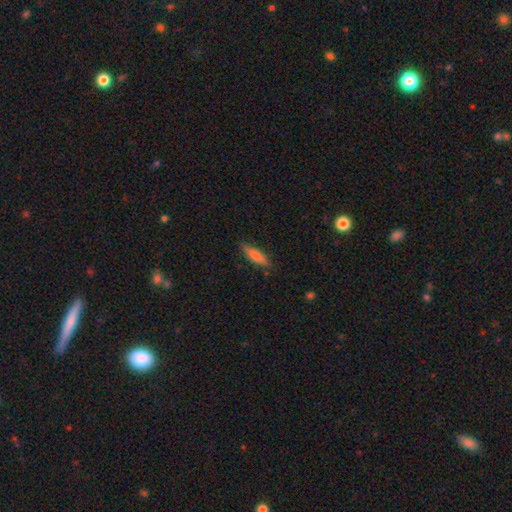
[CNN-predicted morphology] Overall: smooth (64%; featured or disk 30%). How rounded: cigar-shaped (74%). Merging: none (85%).